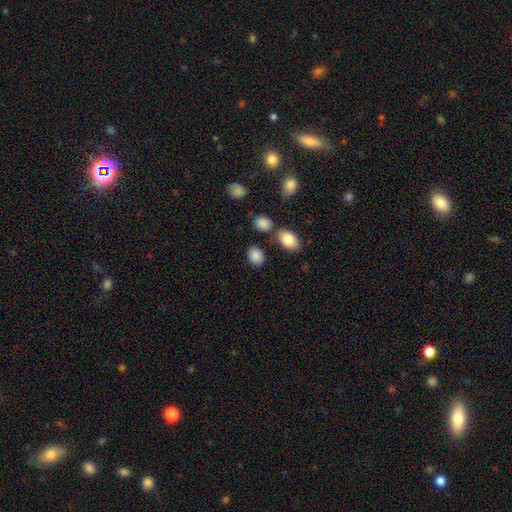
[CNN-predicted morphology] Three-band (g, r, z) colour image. It shows a smooth galaxy with no disk features (87%) that is in between round and cigar-shaped (68%). Merging: none (80%).